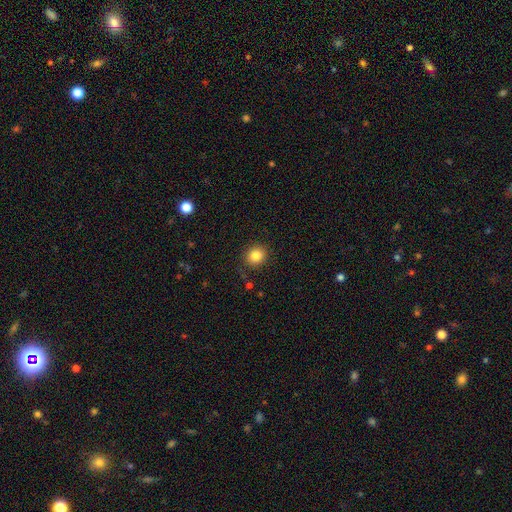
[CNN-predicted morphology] This appears to be a smooth galaxy with no disk features (84%) that is round (80%). Merging: none (89%).